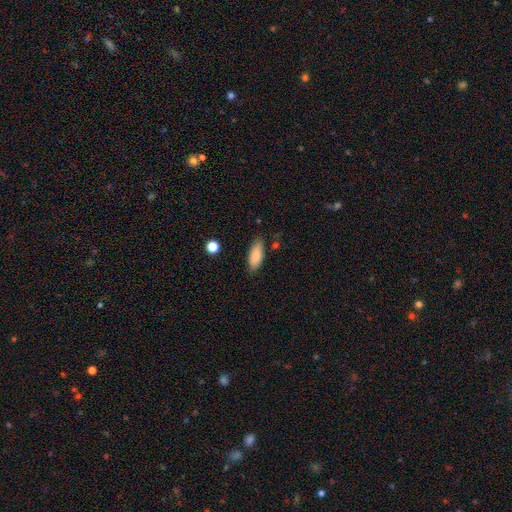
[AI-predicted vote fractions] smooth 81%, featured or disk 12%, star or artifact 7%. Down the decision tree: how rounded — in between (77%); merging — none (81%).